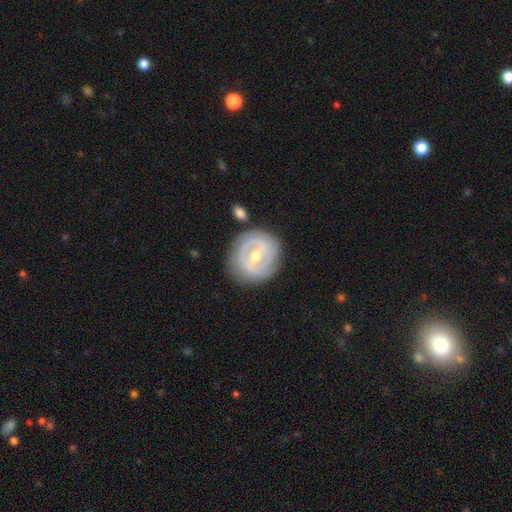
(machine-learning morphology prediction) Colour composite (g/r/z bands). It shows a featured or disk galaxy (77%) with a weak bar (45%), 2 (57%) tight (68%) spiral arms (70%) and a moderate central bulge (66%). Merging: none (78%).